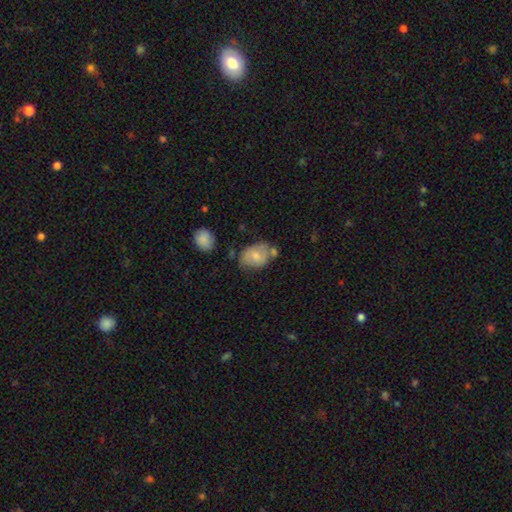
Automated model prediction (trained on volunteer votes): The model was most divided on "merging": none: 52%, minor disturbance: 25%, merger: 16%, major disturbance: 7%. More confident: smooth or featured — smooth (70%); how rounded — in between (67%).